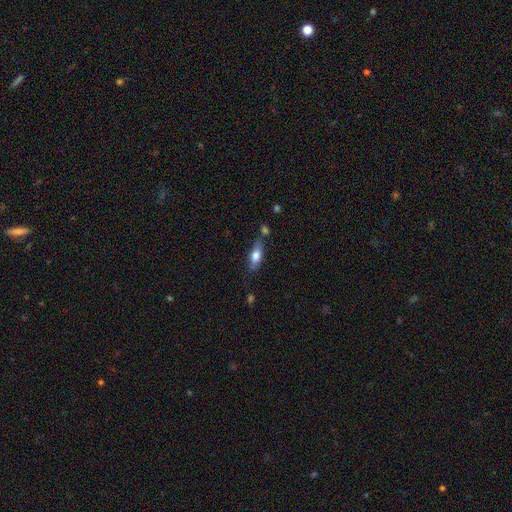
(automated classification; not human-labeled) Smooth or featured: smooth — 73% (featured or disk — 21%)
How rounded: in between — 70% (cigar-shaped — 27%)
Merging: none — 65% (minor disturbance — 20%)